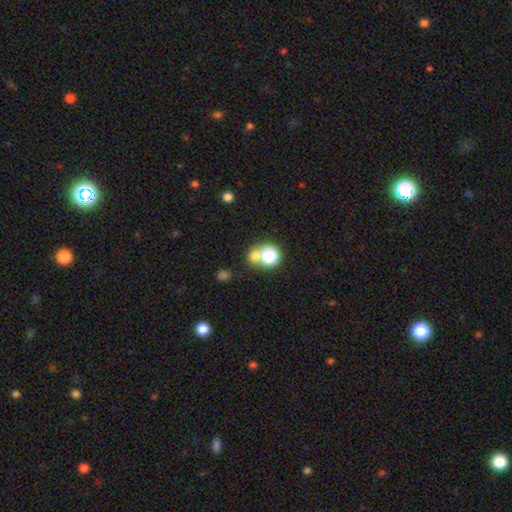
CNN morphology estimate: type=smooth (65%); roundness=round (82%); merging=none (56%).